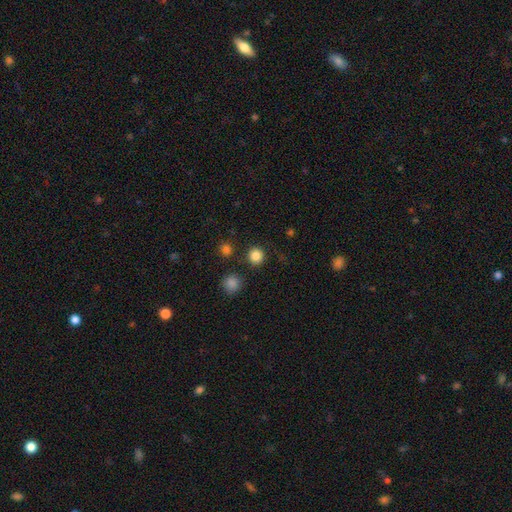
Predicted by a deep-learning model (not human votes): Smooth or featured? smooth (85%)
How rounded? round (94%)
Merging? none (89%)